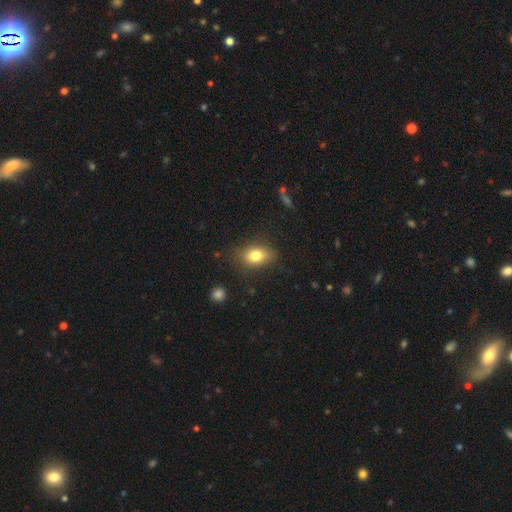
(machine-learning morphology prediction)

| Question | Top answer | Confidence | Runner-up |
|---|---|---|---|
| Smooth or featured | smooth | 79% | featured or disk (11%) |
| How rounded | in between | 78% | round (20%) |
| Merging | none | 79% | minor disturbance (15%) |